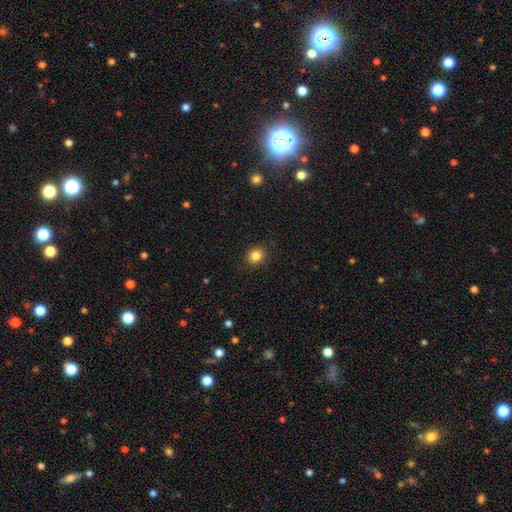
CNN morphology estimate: Smooth or featured? Predicted: smooth (p=0.85). How rounded? Predicted: round (p=0.74). Merging? Predicted: none (p=0.90).